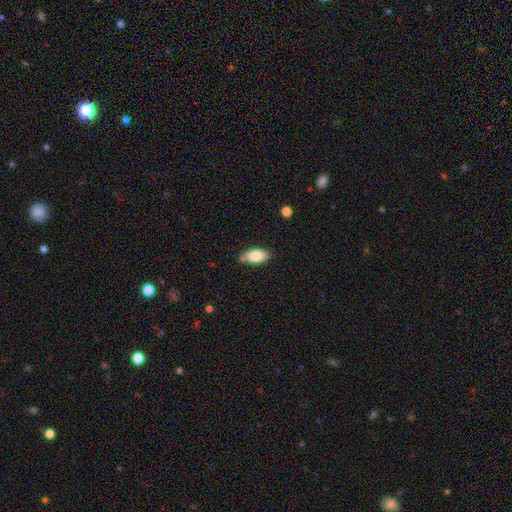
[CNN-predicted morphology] The model was most divided on "merging": none: 77%, minor disturbance: 16%, merger: 4%, major disturbance: 3%. More confident: how rounded — in between (90%); smooth or featured — smooth (82%).